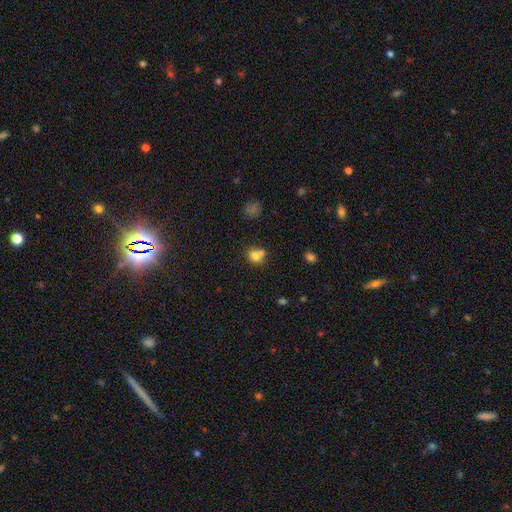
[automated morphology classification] Smooth or featured?
  - smooth: 77% *
  - star or artifact: 12%
  - featured or disk: 11%
How rounded?
  - round: 73% *
  - in between: 26%
  - cigar-shaped: 1%
Merging?
  - none: 47% *
  - merger: 36%
  - minor disturbance: 13%
  - major disturbance: 4%